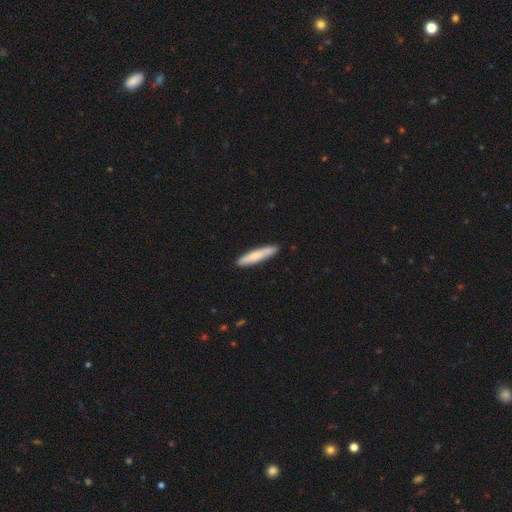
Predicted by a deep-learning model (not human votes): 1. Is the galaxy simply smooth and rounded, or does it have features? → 75% smooth, 20% featured or disk, 5% star or artifact.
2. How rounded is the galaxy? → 91% cigar-shaped, 8% in between, 1% round.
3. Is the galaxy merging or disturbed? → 90% none, 8% minor disturbance, 1% major disturbance, 1% merger.